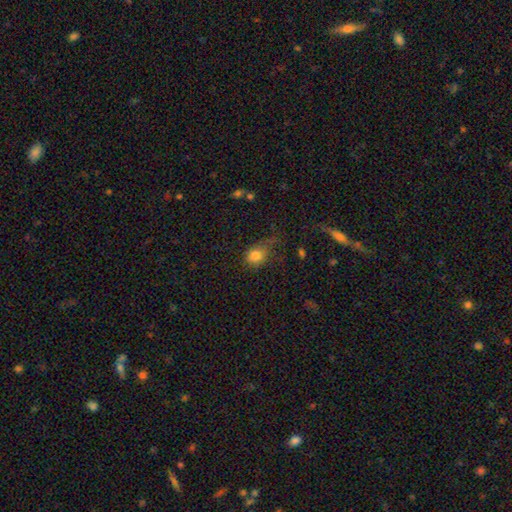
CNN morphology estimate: The model was most divided on "how rounded": round: 57%, in between: 41%, cigar-shaped: 1%. Remaining: smooth or featured — smooth (81%); merging — none (48%).